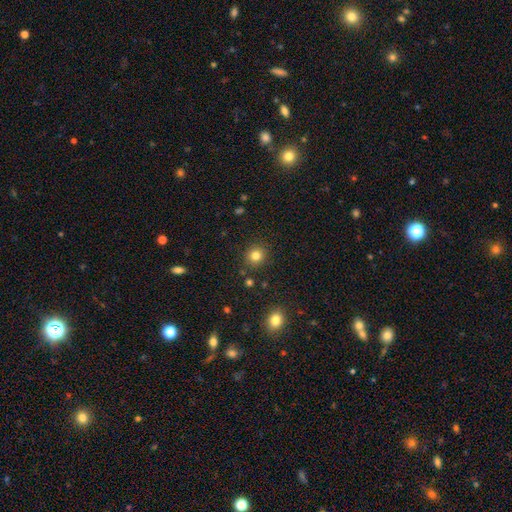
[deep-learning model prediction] Smooth or featured: smooth — 81% (star or artifact — 13%)
How rounded: round — 88% (in between — 11%)
Merging: none — 89% (minor disturbance — 7%)